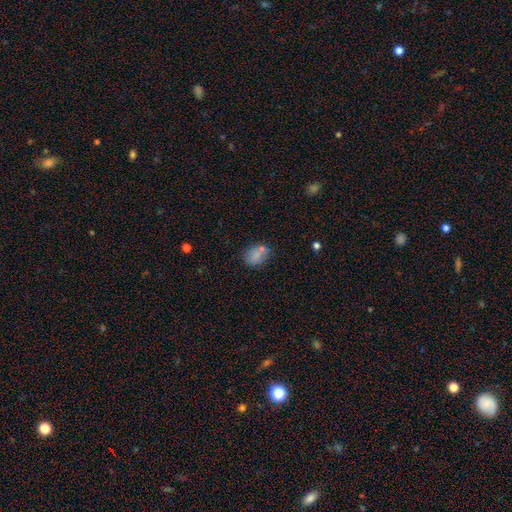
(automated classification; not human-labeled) smooth 74%, featured or disk 14%, star or artifact 12%. Down the decision tree: how rounded — in between (70%); merging — none (66%).